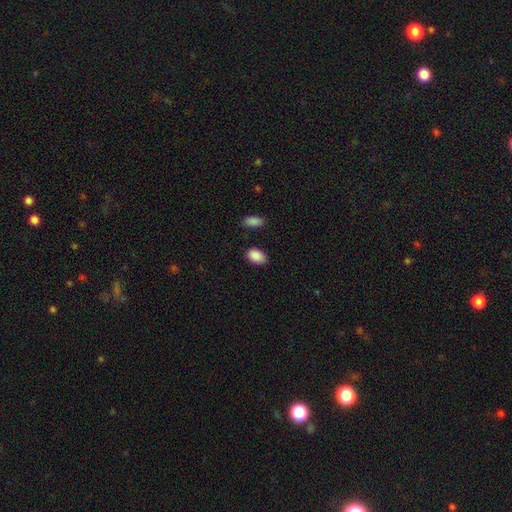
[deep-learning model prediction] This appears to be a smooth galaxy with no disk features (90%) that is in between round and cigar-shaped (90%). Merging: none (82%).